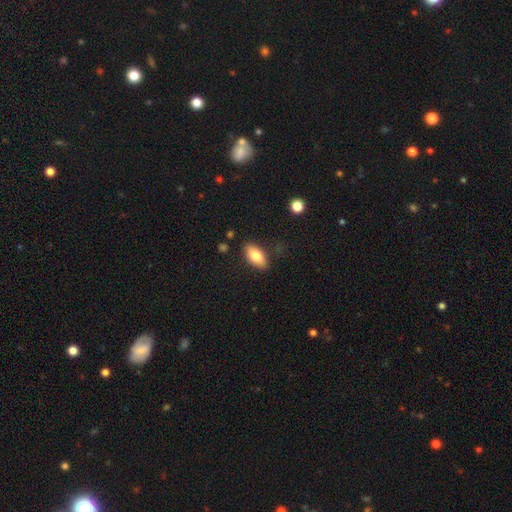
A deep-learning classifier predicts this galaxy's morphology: A smooth galaxy with no disk features (78%) that is in between round and cigar-shaped (89%). Merging: none (83%).